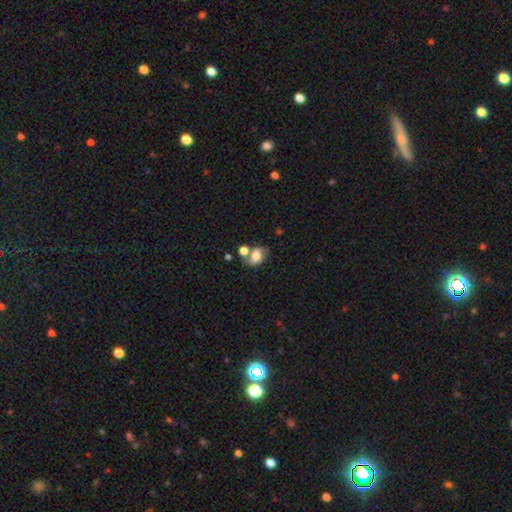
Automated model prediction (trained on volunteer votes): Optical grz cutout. It shows a smooth galaxy with no disk features (66%) that is in between round and cigar-shaped (76%). Merging: none (47%).